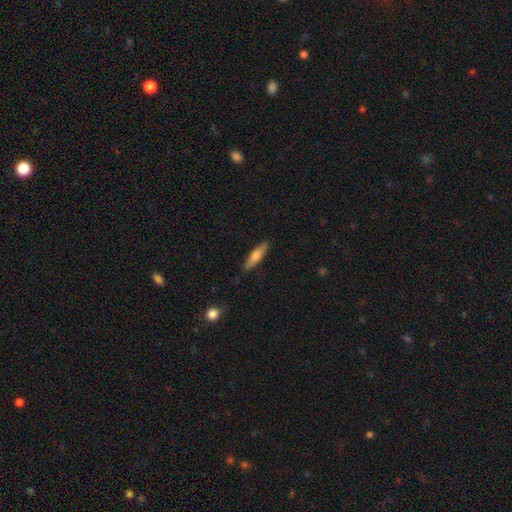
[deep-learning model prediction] This appears to be a smooth galaxy with no disk features (62%) that is cigar-shaped (72%). Merging: none (87%).